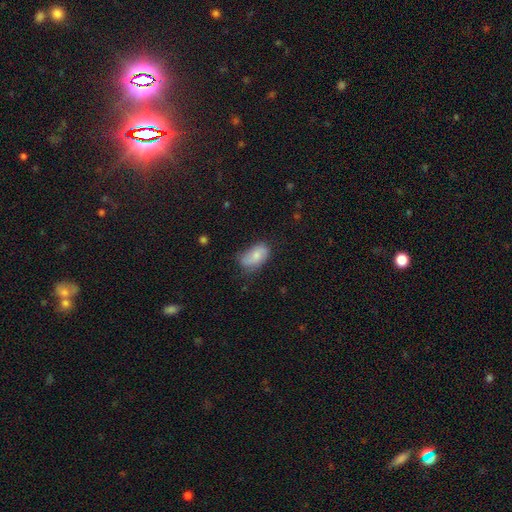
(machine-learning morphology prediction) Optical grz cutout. It shows a smooth galaxy with no disk features (74%) that is in between round and cigar-shaped (93%). Merging: none (56%).